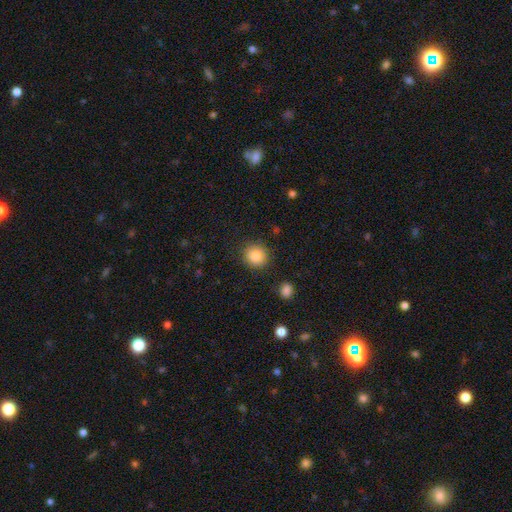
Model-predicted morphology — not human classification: A smooth galaxy with no disk features (86%) that is round (89%).

Vote fractions:
- Smooth or featured? smooth: 86% / star or artifact: 9% / featured or disk: 5%
- How rounded? round: 89% / in between: 10% / cigar-shaped: 1%
- Merging? none: 88% / minor disturbance: 8% / major disturbance: 3% / merger: 2%